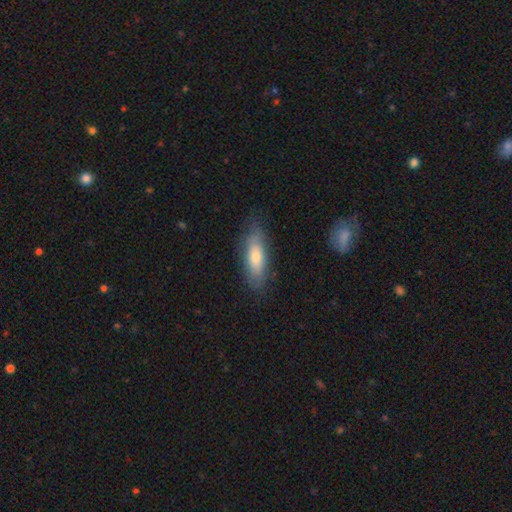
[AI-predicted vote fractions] Morphology: type=smooth (61%); roundness=in between (50%); merging=none (79%).